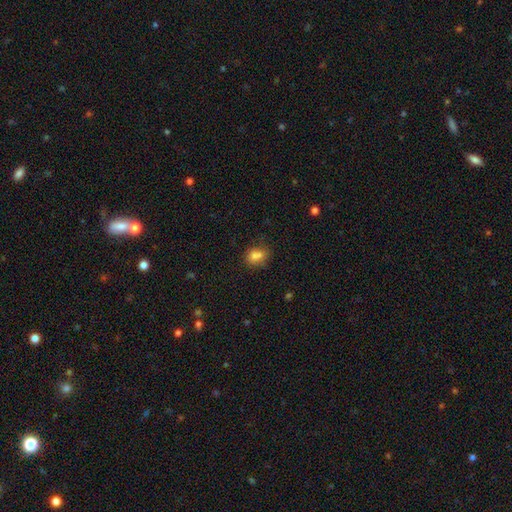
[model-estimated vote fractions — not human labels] smooth_or_featured: smooth (p=0.75) [alt: featured or disk p=0.13]
how_rounded: in between (p=0.52) [alt: round p=0.47]
merging: none (p=0.47) [alt: merger p=0.33]